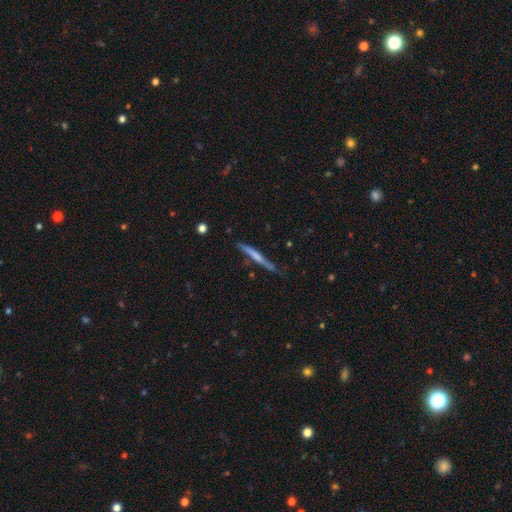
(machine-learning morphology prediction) This appears to be a featured or disk galaxy (47%, tied with smooth). Merging: none (73%).